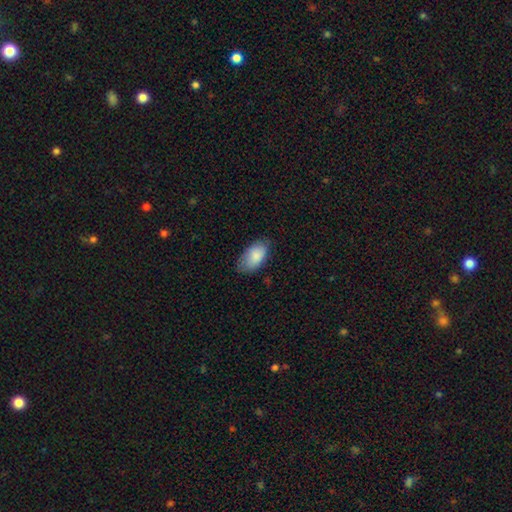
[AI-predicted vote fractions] Smooth or featured? Predicted: smooth (p=0.86). How rounded? Predicted: in between (p=0.94). Merging? Predicted: none (p=0.70).